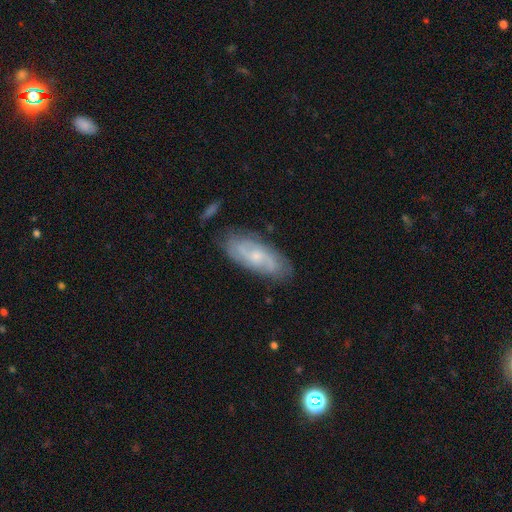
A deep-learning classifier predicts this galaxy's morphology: This appears to be a featured or disk galaxy (73%) with no bar (58%), 2 (58%) medium (44%) spiral arms (92%) and a small central bulge (65%). Merging: none (76%).